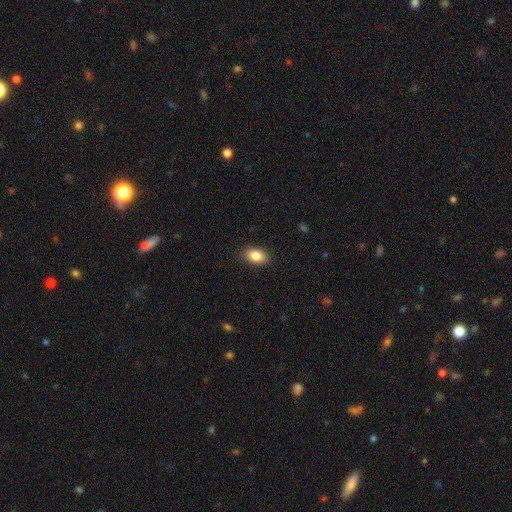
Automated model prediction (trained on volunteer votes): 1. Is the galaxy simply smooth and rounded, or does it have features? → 86% smooth, 8% star or artifact, 6% featured or disk.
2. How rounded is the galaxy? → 89% in between, 9% round, 2% cigar-shaped.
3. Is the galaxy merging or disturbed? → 88% none, 8% minor disturbance, 2% major disturbance, 1% merger.